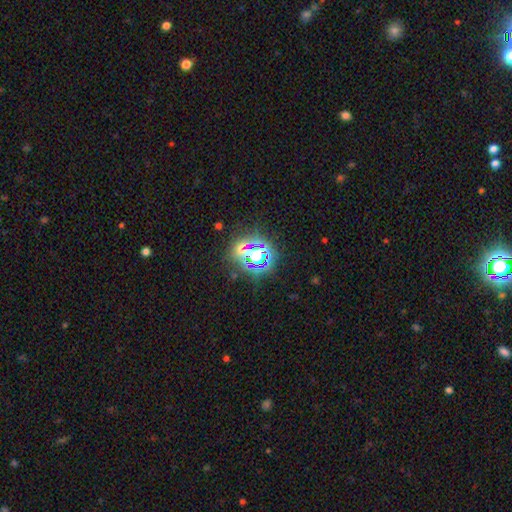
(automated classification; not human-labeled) Smooth or featured?
  - star or artifact: 67% *
  - smooth: 21%
  - featured or disk: 12%